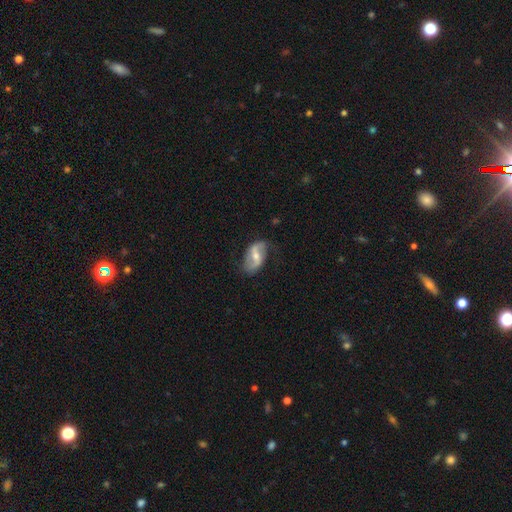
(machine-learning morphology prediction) type=featured or disk (74%); edge-on=no (96%); bar=weak (42%); spiral arms=yes (88%); winding=loose (69%); arm count=2 (90%); bulge=moderate (56%); merging=none (72%).